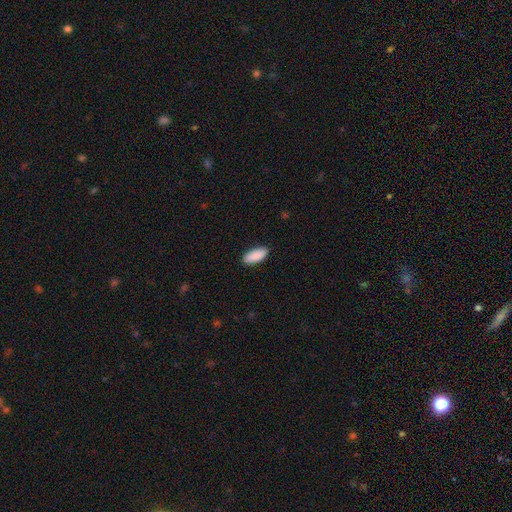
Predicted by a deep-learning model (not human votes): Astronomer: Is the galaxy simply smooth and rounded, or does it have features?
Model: smooth — 91%.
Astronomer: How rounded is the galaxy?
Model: in between — 83%.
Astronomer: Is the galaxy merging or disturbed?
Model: none — 88%.